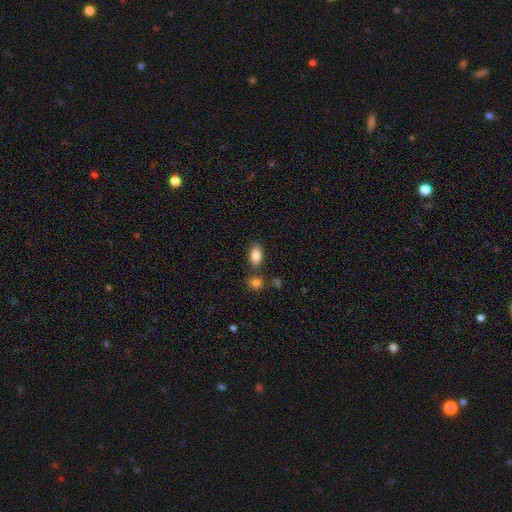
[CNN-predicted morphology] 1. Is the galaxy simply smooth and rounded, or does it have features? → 85% smooth, 8% star or artifact, 7% featured or disk.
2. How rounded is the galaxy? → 89% in between, 8% round, 3% cigar-shaped.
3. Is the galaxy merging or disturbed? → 74% none, 12% minor disturbance, 10% merger, 3% major disturbance.